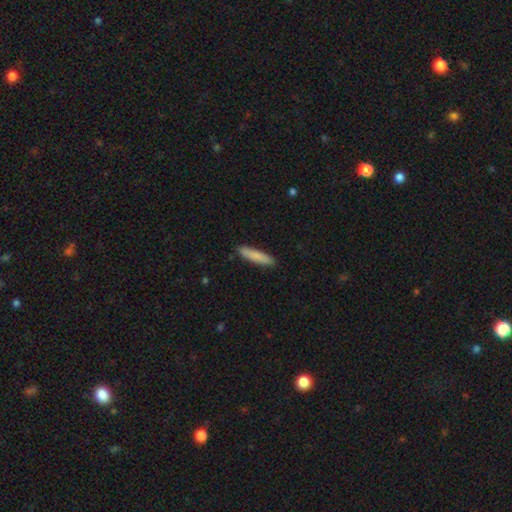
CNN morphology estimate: Overall: smooth (84%). How rounded: cigar-shaped (86%). Merging: none (89%).